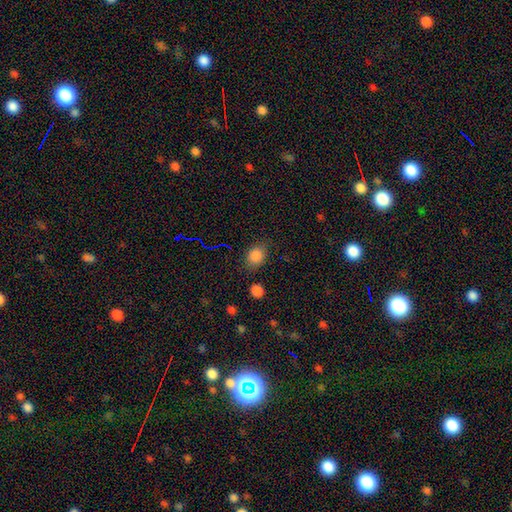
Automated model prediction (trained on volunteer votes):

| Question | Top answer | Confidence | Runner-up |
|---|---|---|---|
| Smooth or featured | smooth | 84% | star or artifact (11%) |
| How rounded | in between | 57% | round (42%) |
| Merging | none | 75% | minor disturbance (18%) |